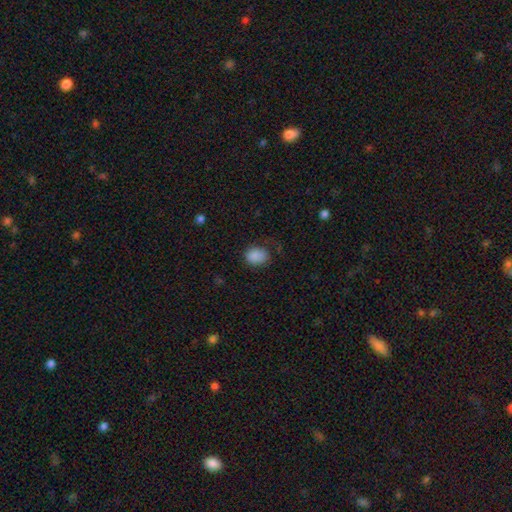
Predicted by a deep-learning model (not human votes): A smooth galaxy with no disk features (87%) that is in between round and cigar-shaped (57%). Merging: none (69%).